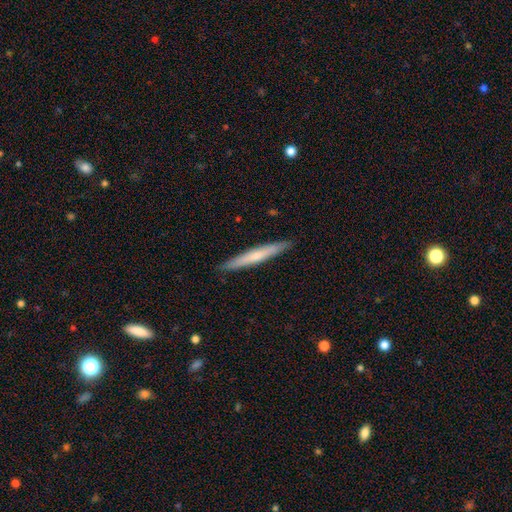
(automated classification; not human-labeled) A smooth galaxy with no disk features (56%) that is cigar-shaped (96%). Merging: none (91%).